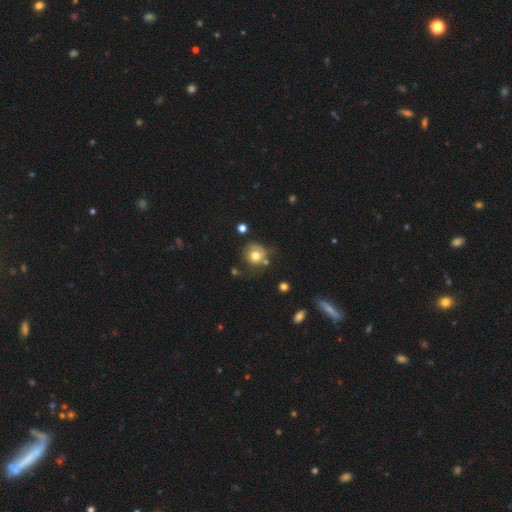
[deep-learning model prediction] Smooth or featured? smooth (72%)
How rounded? round (88%)
Merging? none (58%)